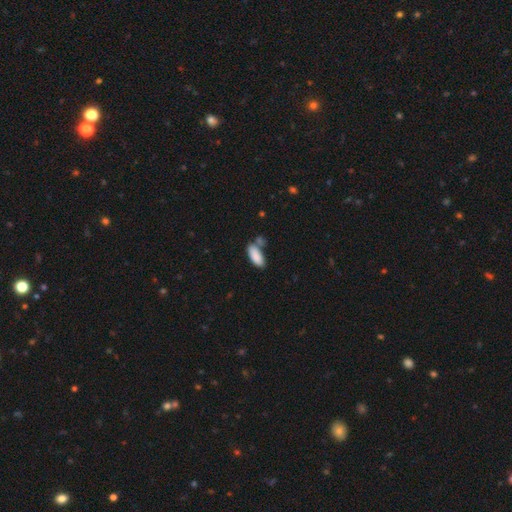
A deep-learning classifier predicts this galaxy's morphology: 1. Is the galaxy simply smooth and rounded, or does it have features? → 88% smooth, 6% star or artifact, 6% featured or disk.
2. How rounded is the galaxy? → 82% in between, 16% cigar-shaped, 2% round.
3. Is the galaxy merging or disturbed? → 56% none, 22% merger, 17% minor disturbance, 5% major disturbance.